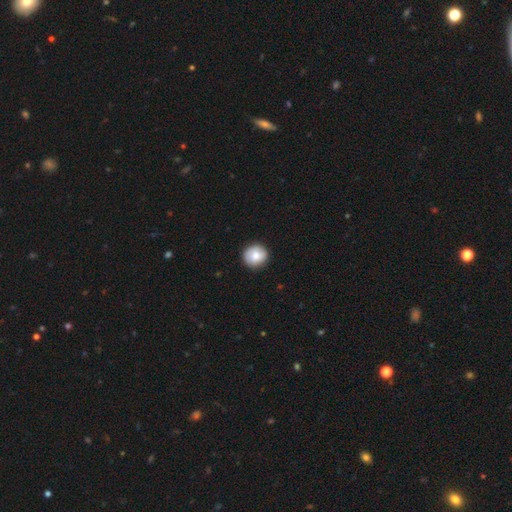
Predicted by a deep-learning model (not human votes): smooth-or-featured: smooth: 80% | featured or disk: 13% | star or artifact: 7%
  how-rounded: round: 93% | in between: 6% | cigar-shaped: 1%
  merging: none: 89% | minor disturbance: 8% | major disturbance: 2% | merger: 1%